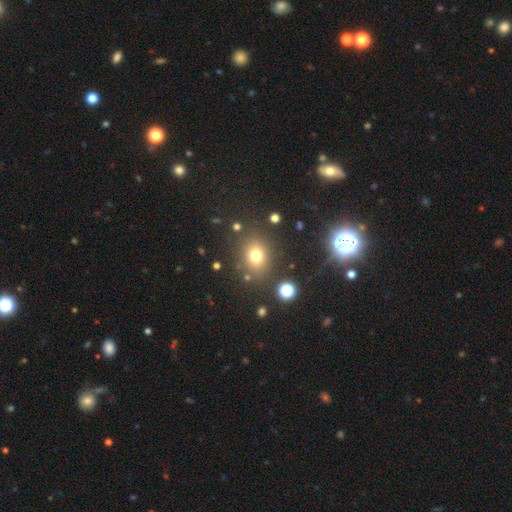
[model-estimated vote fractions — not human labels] Q: Smooth or featured?
A: smooth (72%); runner-up: star or artifact (19%)
Q: How rounded?
A: round (57%); runner-up: in between (42%)
Q: Merging?
A: none (81%); runner-up: minor disturbance (10%)